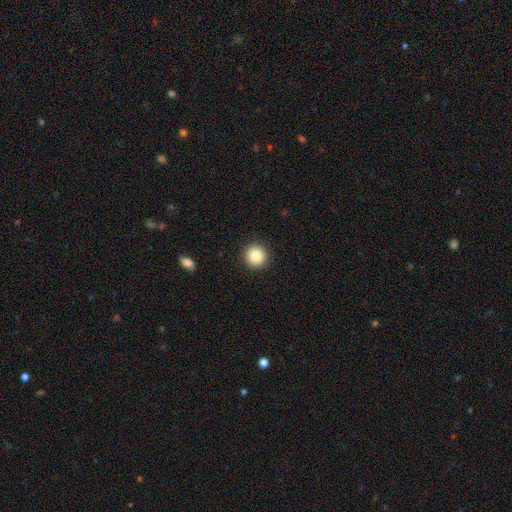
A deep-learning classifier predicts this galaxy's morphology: This is clearly a smooth galaxy (87%). How rounded: clearly round (94%). Merging: clearly none (92%).